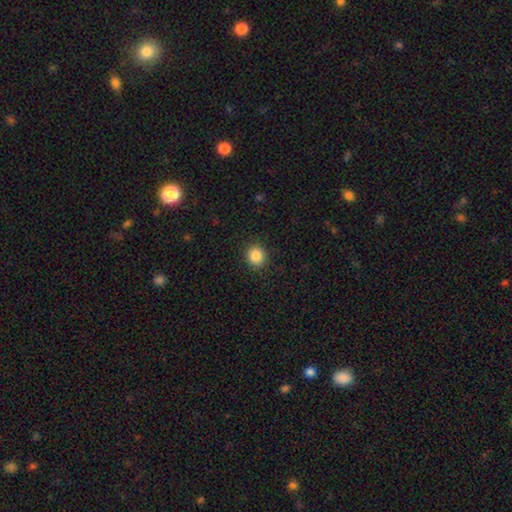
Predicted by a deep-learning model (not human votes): A smooth galaxy with no disk features (86%) that is round (84%). Merging: none (90%).